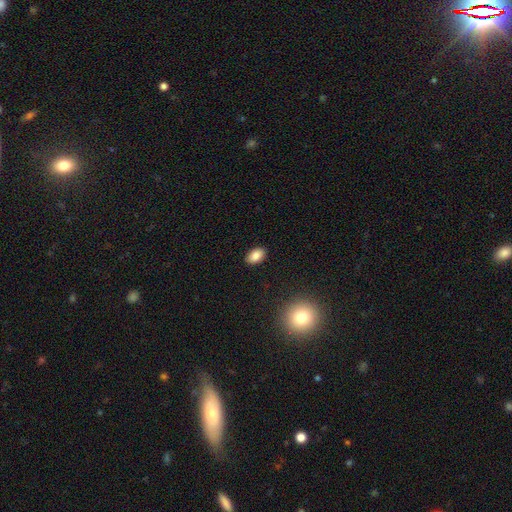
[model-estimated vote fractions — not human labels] smooth 85%, star or artifact 9%, featured or disk 6%. Down the decision tree: how rounded — in between (89%); merging — none (89%).